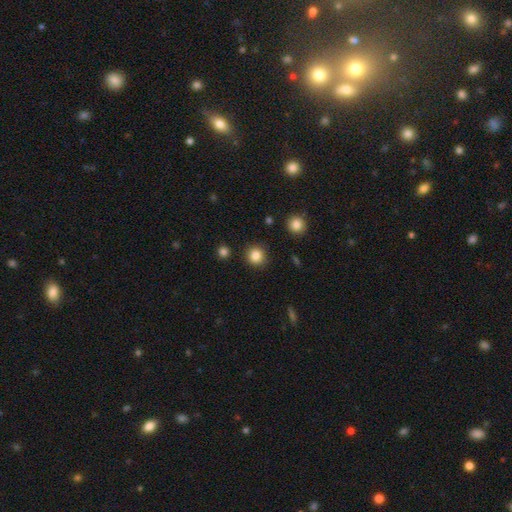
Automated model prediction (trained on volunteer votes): Smooth or featured? Predicted: smooth (p=0.85). How rounded? Predicted: round (p=0.92). Merging? Predicted: none (p=0.90).